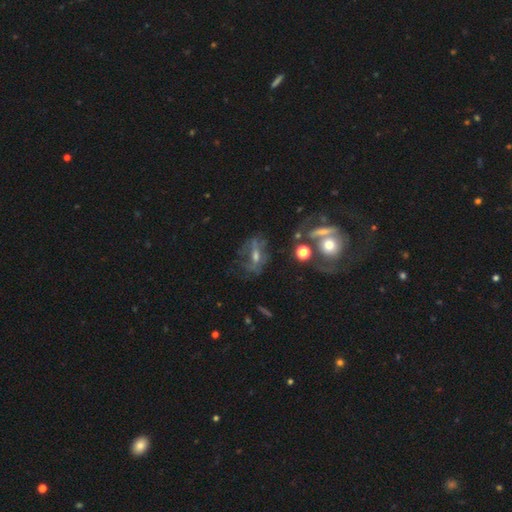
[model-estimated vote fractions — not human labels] Smooth or featured: featured or disk — 59% (smooth — 24%)
Edge-on disk: no — 88% (yes — 12%)
Bar: no — 42% (weak — 35%)
Spiral arms: yes — 50% (tied with no — 50%)
Bulge size: moderate — 48% (small — 35%)
Merging: none — 49% (major disturbance — 23%)